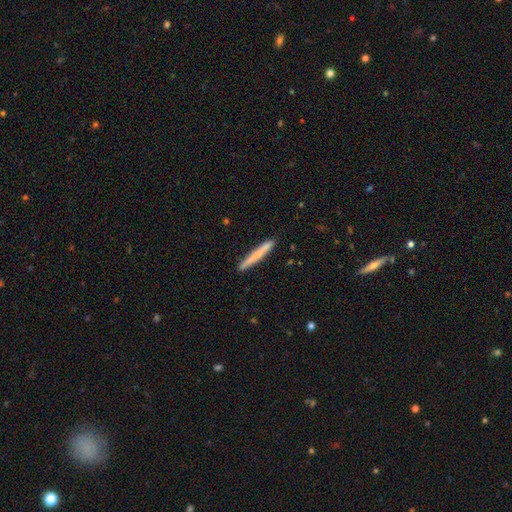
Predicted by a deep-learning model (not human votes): This appears to be a smooth galaxy with no disk features (68%) that is cigar-shaped (97%). Merging: none (90%).